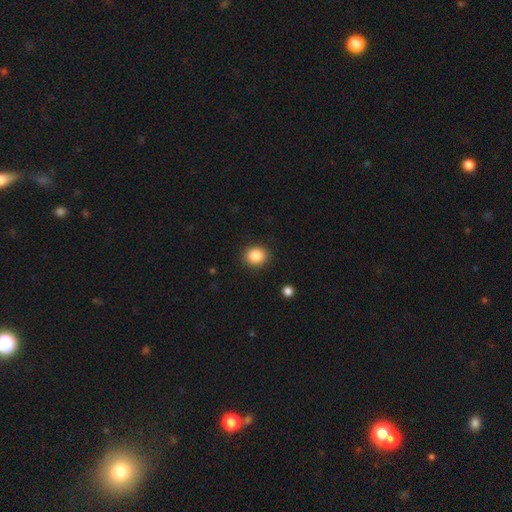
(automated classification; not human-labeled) This appears to be a smooth galaxy with no disk features (86%) that is round (77%). Merging: none (90%).